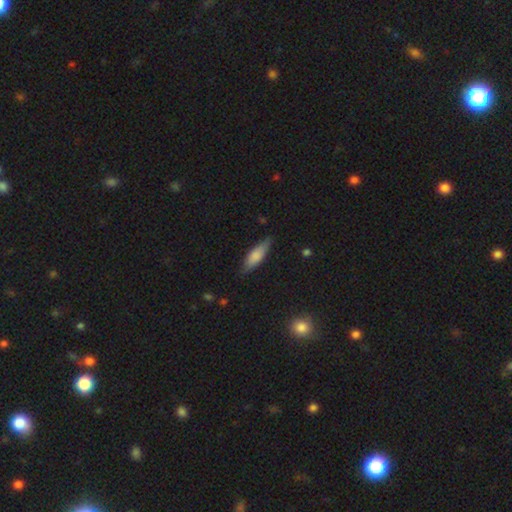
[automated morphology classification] This appears to be a smooth galaxy with no disk features (75%) that is cigar-shaped (52%). Merging: none (78%).